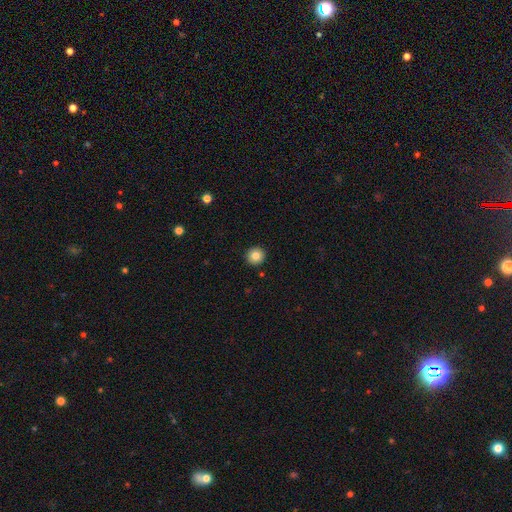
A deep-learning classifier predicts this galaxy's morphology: A smooth galaxy with no disk features (83%) that is round (94%). Merging: none (93%).